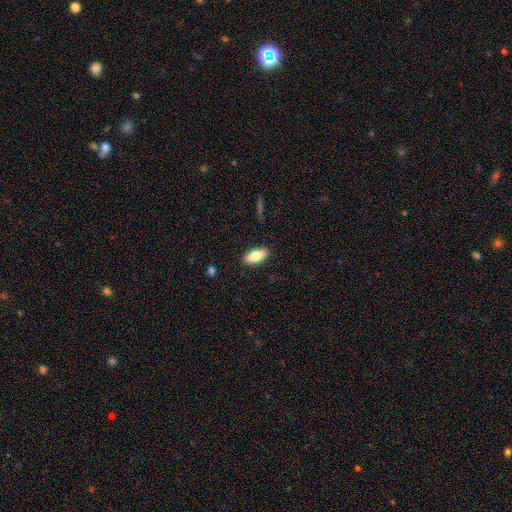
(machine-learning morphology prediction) Smooth or featured: smooth — 78% (featured or disk — 16%)
How rounded: in between — 88% (cigar-shaped — 9%)
Merging: none — 89% (minor disturbance — 8%)